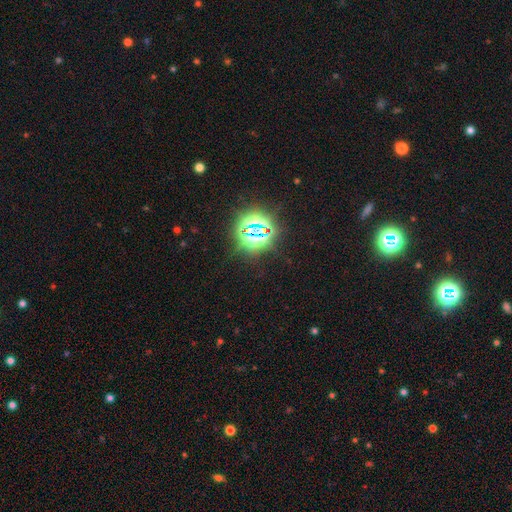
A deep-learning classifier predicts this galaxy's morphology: This appears to be a star or artifact, not a galaxy (79%).